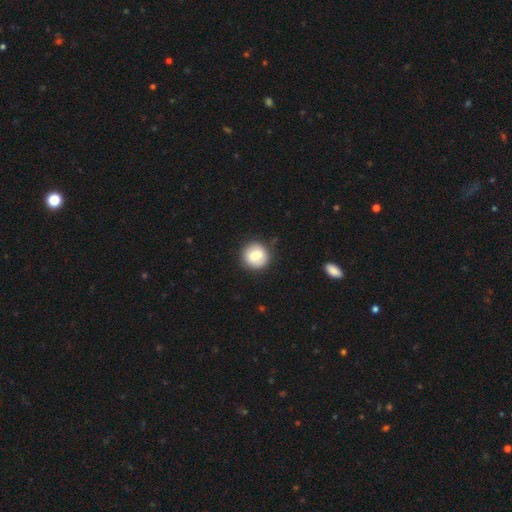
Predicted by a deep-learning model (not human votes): smooth 75%, featured or disk 17%, star or artifact 8%. Down the decision tree: how rounded — round (90%); merging — none (84%).